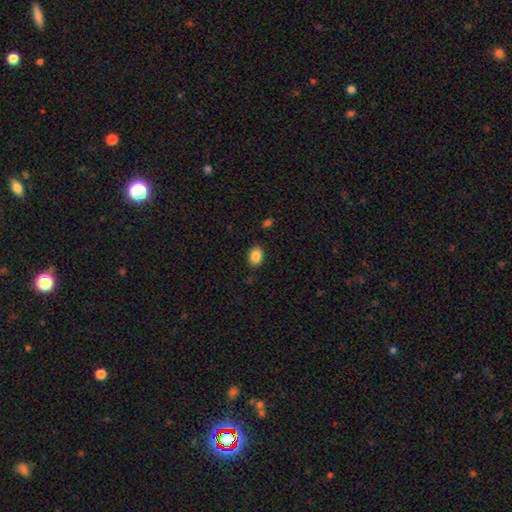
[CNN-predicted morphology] Smooth or featured? Predicted: smooth (p=0.86). How rounded? Predicted: in between (p=0.74). Merging? Predicted: none (p=0.85).